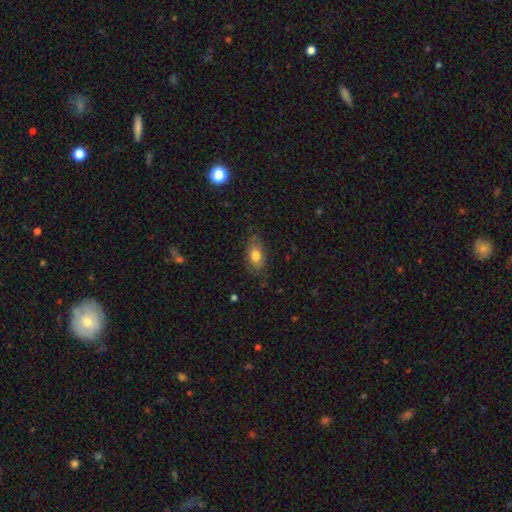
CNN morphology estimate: Smooth or featured? Predicted: smooth (p=0.78). How rounded? Predicted: in between (p=0.85). Merging? Predicted: none (p=0.77).